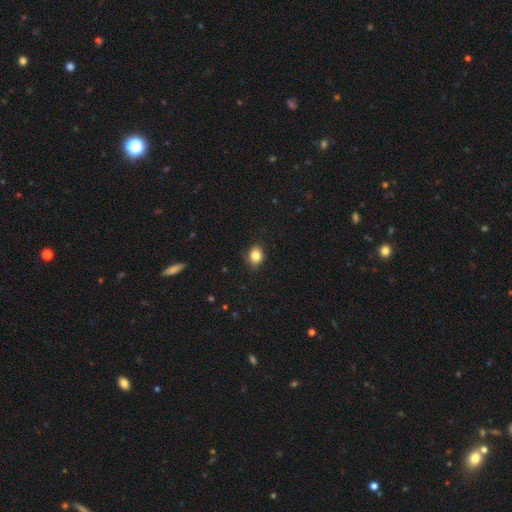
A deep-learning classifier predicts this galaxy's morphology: Smooth or featured? smooth (83%)
How rounded? round (51%)
Merging? none (81%)